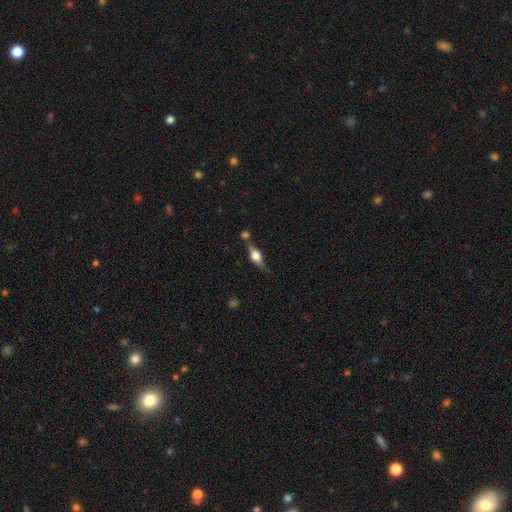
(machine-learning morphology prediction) This is possibly a featured or disk galaxy (57%). It is clearly viewed edge-on (92%). Edge-on bulge: clearly rounded (92%). Merging: likely none (62%).